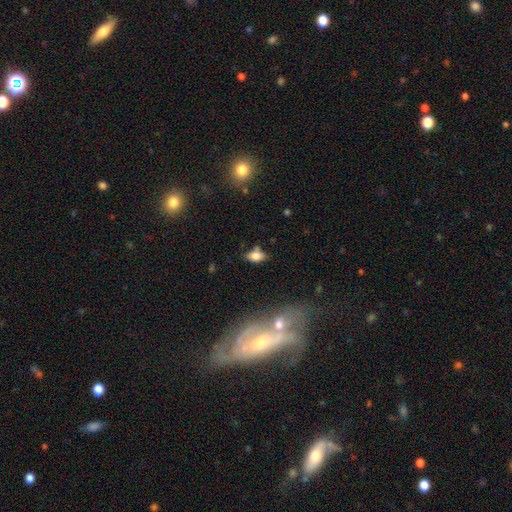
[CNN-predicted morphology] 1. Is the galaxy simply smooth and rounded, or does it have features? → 74% smooth, 15% featured or disk, 11% star or artifact.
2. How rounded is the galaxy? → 86% in between, 10% round, 5% cigar-shaped.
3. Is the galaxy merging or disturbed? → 64% none, 23% minor disturbance, 7% merger, 6% major disturbance.